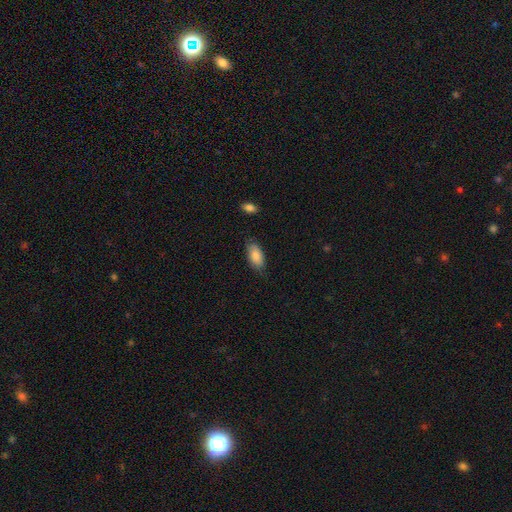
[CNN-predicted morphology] type=smooth (86%); roundness=in between (91%); merging=none (76%).